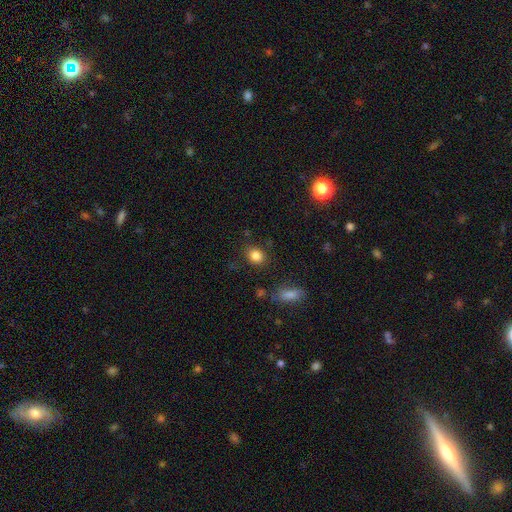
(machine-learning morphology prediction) This is clearly a smooth galaxy (85%). How rounded: likely round (63%). Merging: clearly none (83%).